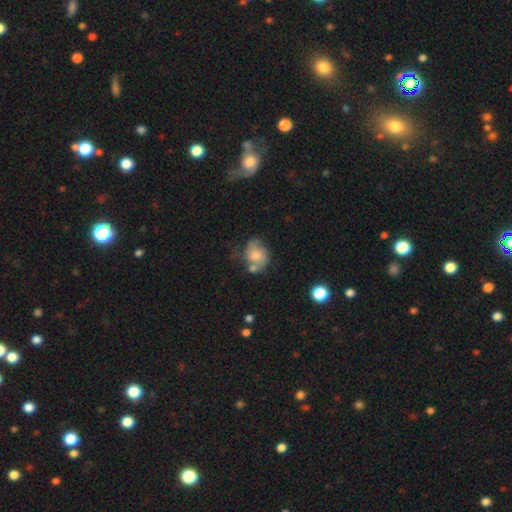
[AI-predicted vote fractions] Overall: smooth (54%; featured or disk 37%). How rounded: in between (51%; round 48%). Merging: none (39%; minor disturbance 25%).